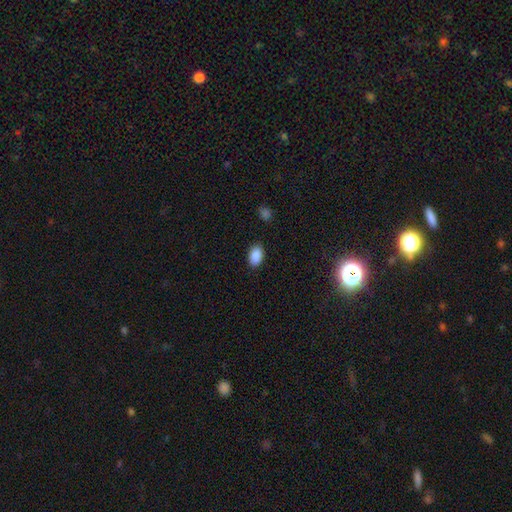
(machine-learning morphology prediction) The model was most divided on "merging": none: 87%, minor disturbance: 9%, major disturbance: 2%, merger: 1%. More confident: how rounded — in between (90%); smooth or featured — smooth (89%).